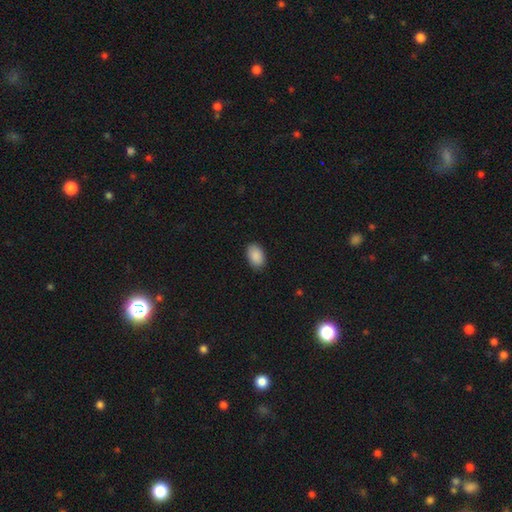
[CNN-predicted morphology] Smooth or featured? smooth (90%)
How rounded? in between (90%)
Merging? none (88%)